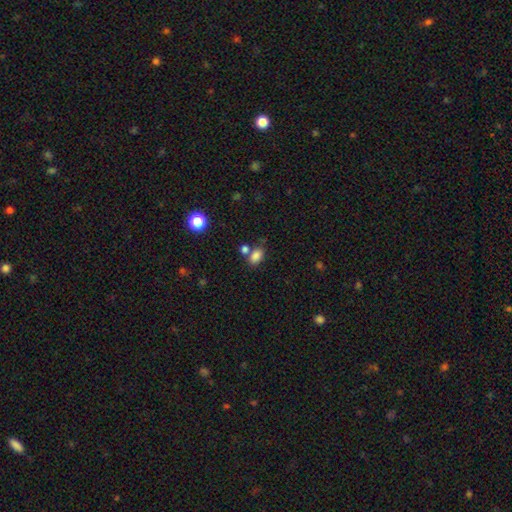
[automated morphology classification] type=smooth (82%); roundness=in between (83%); merging=none (55%).